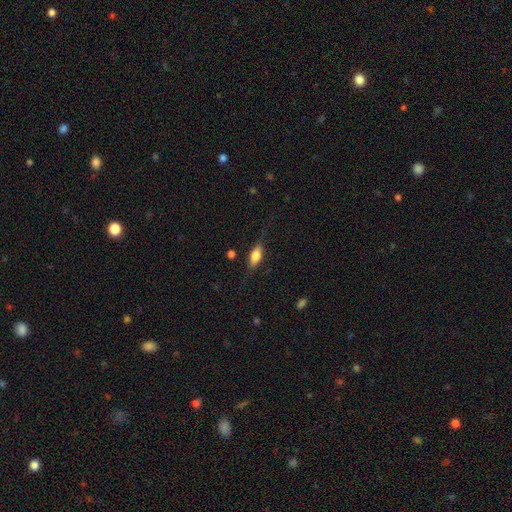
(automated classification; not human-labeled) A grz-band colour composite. It shows a smooth galaxy with no disk features (64%) that is in between round and cigar-shaped (72%). Merging: none (74%).